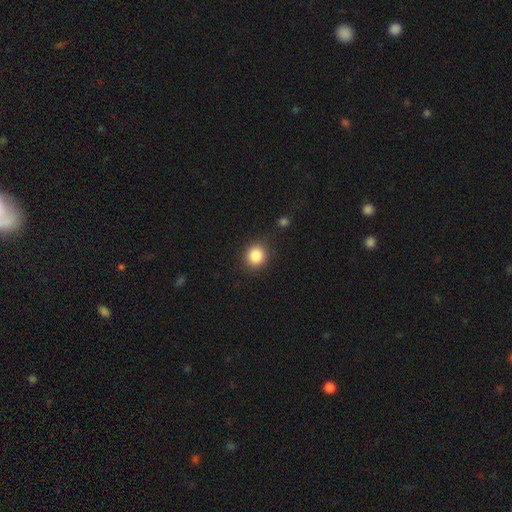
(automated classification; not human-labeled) Q: Smooth or featured?
A: smooth (86%); runner-up: star or artifact (10%)
Q: How rounded?
A: round (81%); runner-up: in between (18%)
Q: Merging?
A: none (84%); runner-up: minor disturbance (10%)